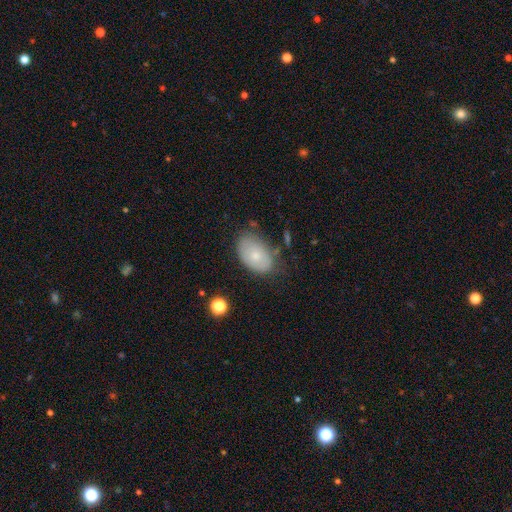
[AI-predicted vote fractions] Smooth or featured? smooth (72%)
How rounded? in between (90%)
Merging? none (68%)